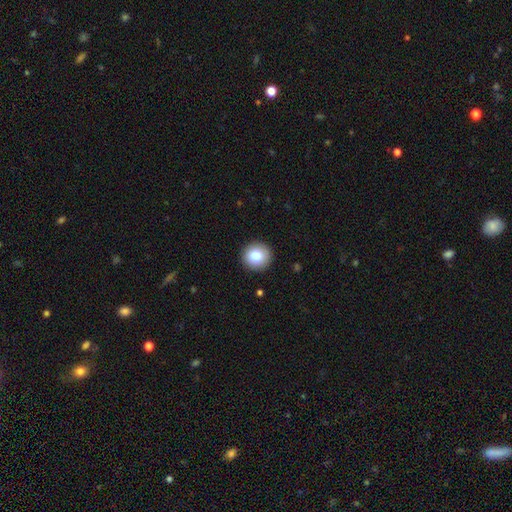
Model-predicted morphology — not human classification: Overall: smooth (82%). How rounded: round (93%). Merging: none (92%).